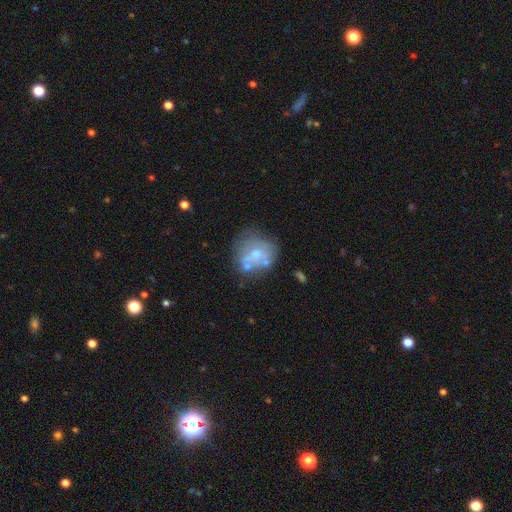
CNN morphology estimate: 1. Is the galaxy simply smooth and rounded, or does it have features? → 47% featured or disk, 43% smooth, 10% star or artifact.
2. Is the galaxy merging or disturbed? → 45% none, 21% minor disturbance, 20% merger, 14% major disturbance.